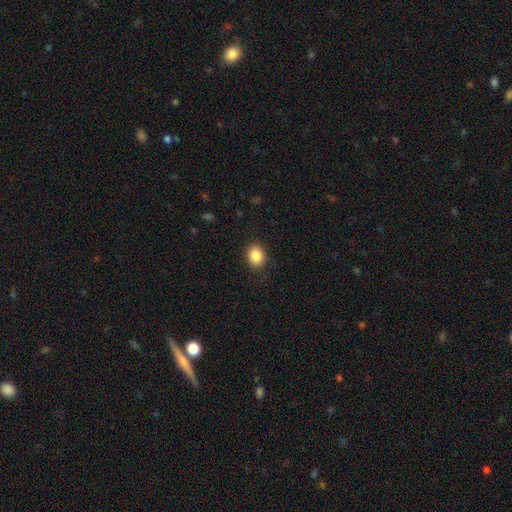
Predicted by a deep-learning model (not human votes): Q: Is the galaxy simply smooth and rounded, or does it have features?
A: smooth — 87%.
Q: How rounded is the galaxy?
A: round — 55%.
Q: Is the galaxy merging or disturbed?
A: none — 88%.